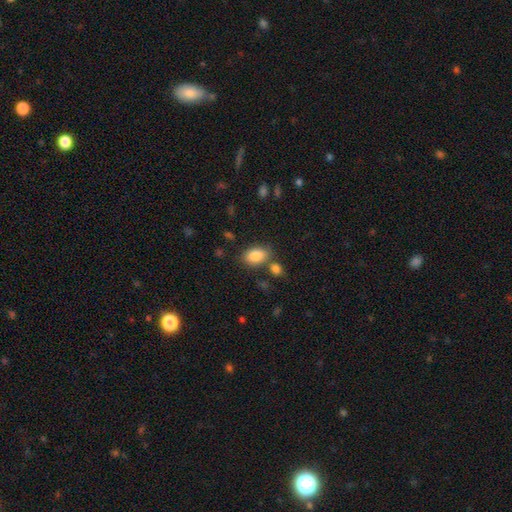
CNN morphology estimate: smooth_or_featured: smooth (p=0.86) [alt: star or artifact p=0.08]
how_rounded: in between (p=0.88) [alt: round p=0.11]
merging: none (p=0.70) [alt: minor disturbance p=0.13]